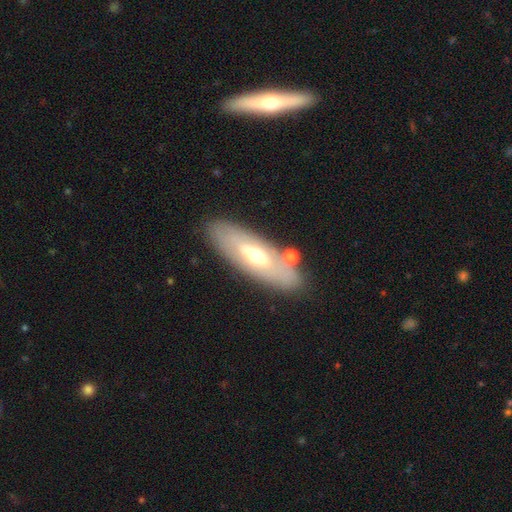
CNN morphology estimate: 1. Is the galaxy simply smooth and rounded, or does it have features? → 56% featured or disk, 38% smooth, 6% star or artifact.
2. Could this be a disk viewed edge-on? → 68% no, 32% yes.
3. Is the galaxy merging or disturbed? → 79% none, 12% minor disturbance, 6% merger, 4% major disturbance.